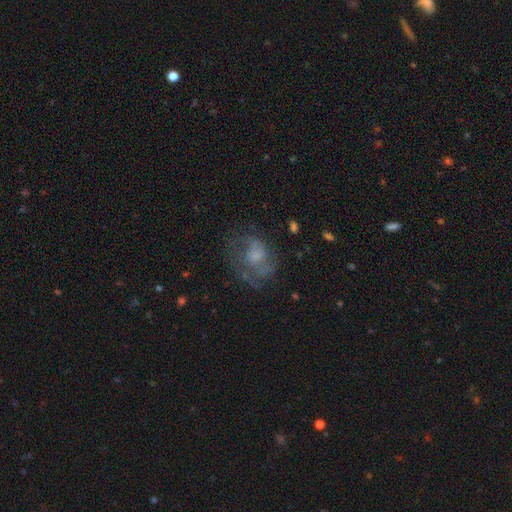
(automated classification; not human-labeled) Smooth or featured?
  - featured or disk: 59% *
  - smooth: 30%
  - star or artifact: 12%
Edge-on disk?
  - no: 97% *
  - yes: 3%
Bar?
  - no: 73% *
  - weak: 24%
  - strong: 3%
Spiral arms?
  - yes: 71% *
  - no: 29%
Bulge size?
  - moderate: 34% *
  - small: 33%
  - none: 22%
  - large: 10%
  - dominant: 2%
Merging?
  - none: 54% *
  - major disturbance: 23%
  - minor disturbance: 21%
  - merger: 2%